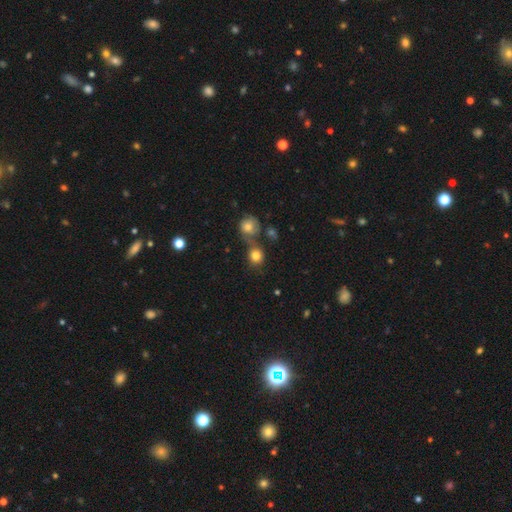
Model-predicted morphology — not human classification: A smooth galaxy with no disk features (81%) that is round (84%). Merging: none (55%).